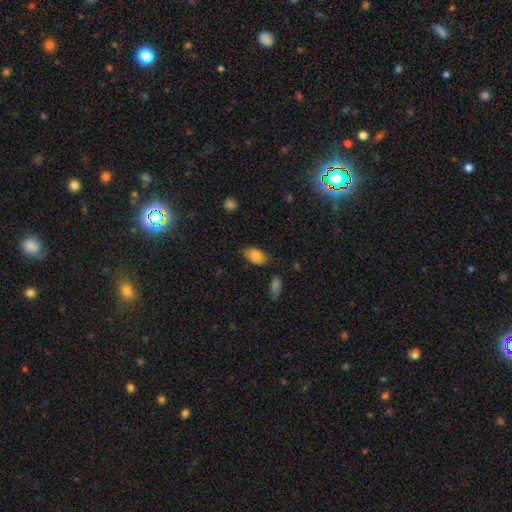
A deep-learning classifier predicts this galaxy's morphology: Q: Smooth or featured?
A: smooth (80%); runner-up: featured or disk (12%)
Q: How rounded?
A: in between (92%); runner-up: round (6%)
Q: Merging?
A: none (76%); runner-up: minor disturbance (18%)